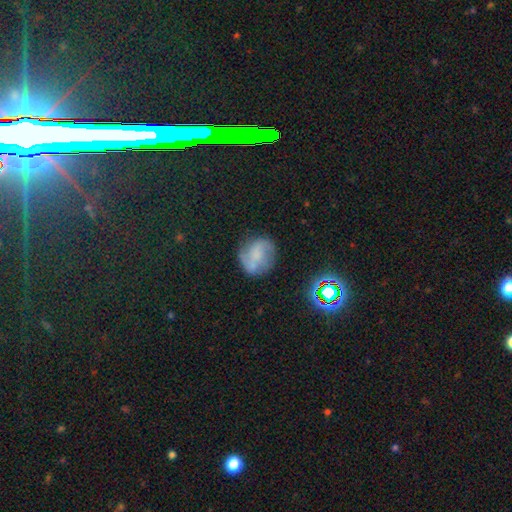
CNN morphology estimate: This is marginally a featured or disk galaxy (44%). Merging: likely none (62%).